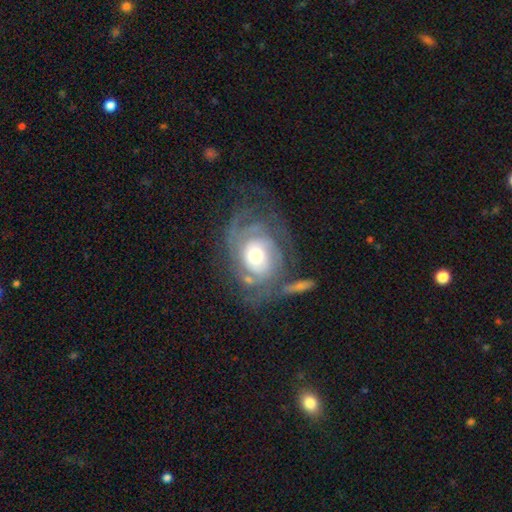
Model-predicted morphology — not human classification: Overall: featured or disk (80%). Edge-on disk: no (96%). Bar: no (75%). Spiral arms: yes (88%). Spiral arm count: can't tell (40%; 2 24%). Spiral winding: tight (60%; medium 28%). Bulge size: moderate (60%; large 22%). Merging: none (50%; major disturbance 21%).